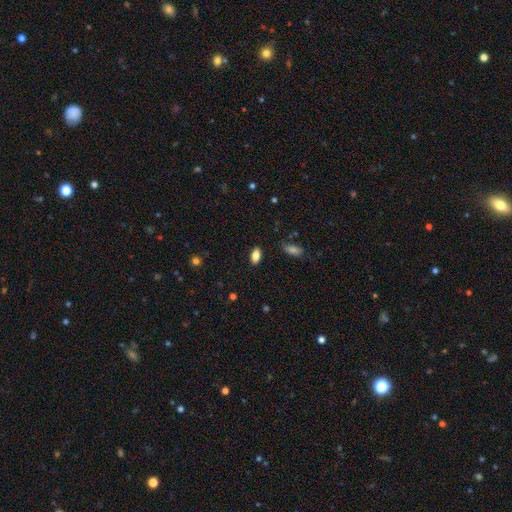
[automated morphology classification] Smooth or featured: smooth — 83% (star or artifact — 9%)
How rounded: in between — 90% (cigar-shaped — 5%)
Merging: none — 87% (minor disturbance — 9%)